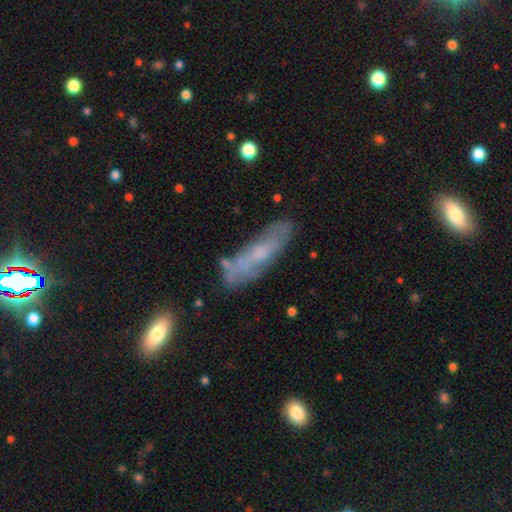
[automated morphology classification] Q: Smooth or featured?
A: smooth (46%); runner-up: featured or disk (45%)
Q: Merging?
A: none (67%); runner-up: minor disturbance (22%)